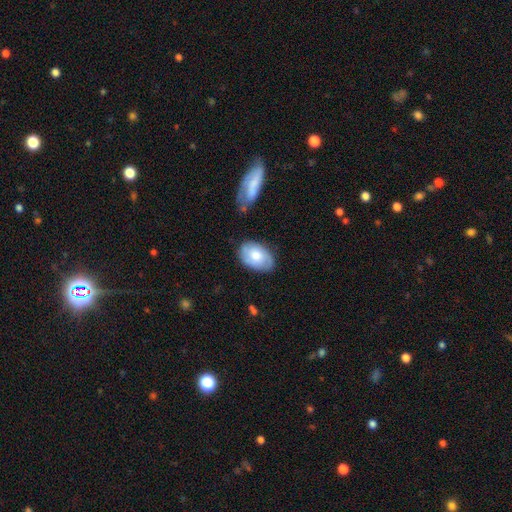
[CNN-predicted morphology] A smooth galaxy with no disk features (56%) that is in between round and cigar-shaped (87%). Merging: none (73%).